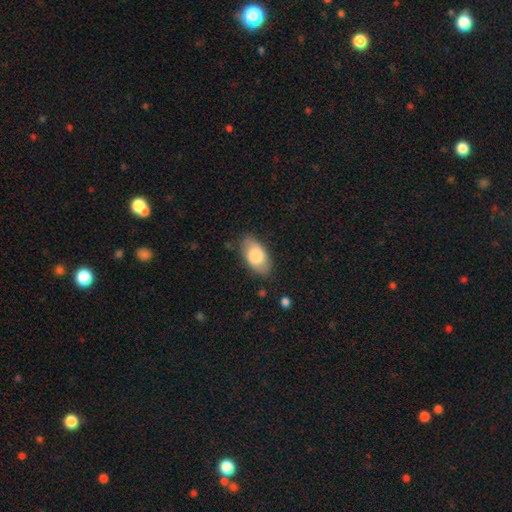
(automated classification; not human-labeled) smooth 73%, featured or disk 21%, star or artifact 6%. Down the decision tree: how rounded — in between (94%); merging — none (81%).